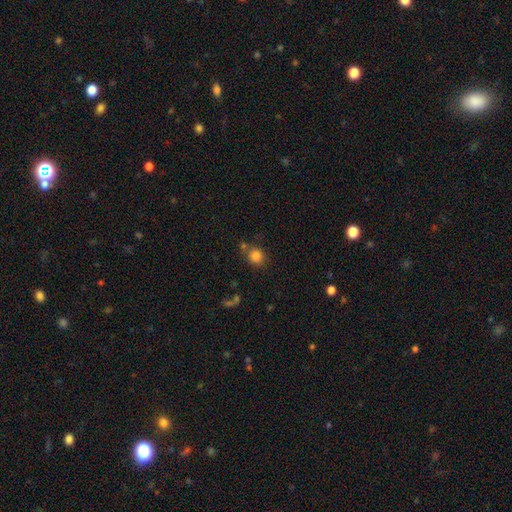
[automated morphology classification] This appears to be a smooth galaxy with no disk features (83%) that is round (78%). Merging: none (68%).